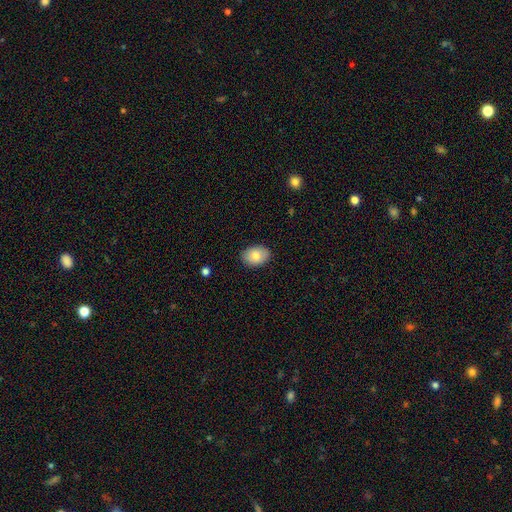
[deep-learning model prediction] Morphology: type=smooth (81%); roundness=in between (77%); merging=none (87%).